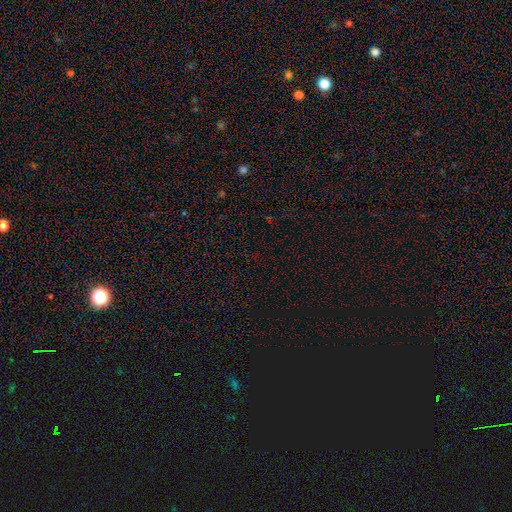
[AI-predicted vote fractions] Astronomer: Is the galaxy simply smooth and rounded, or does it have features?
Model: star or artifact — 70%.